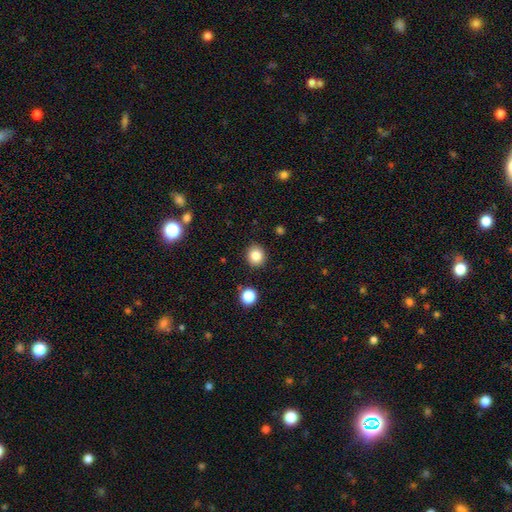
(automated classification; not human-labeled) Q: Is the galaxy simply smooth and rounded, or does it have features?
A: smooth — 83%.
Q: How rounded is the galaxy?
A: round — 85%.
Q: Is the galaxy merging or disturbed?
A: none — 90%.